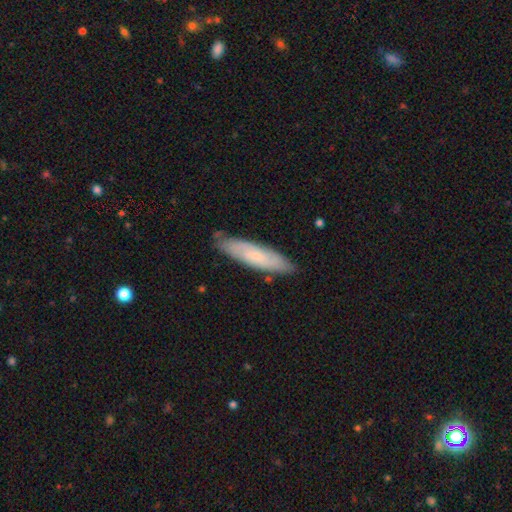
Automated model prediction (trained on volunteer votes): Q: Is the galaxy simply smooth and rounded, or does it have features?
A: smooth — 55%.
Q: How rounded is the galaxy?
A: cigar-shaped — 73%.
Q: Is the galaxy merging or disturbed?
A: none — 82%.